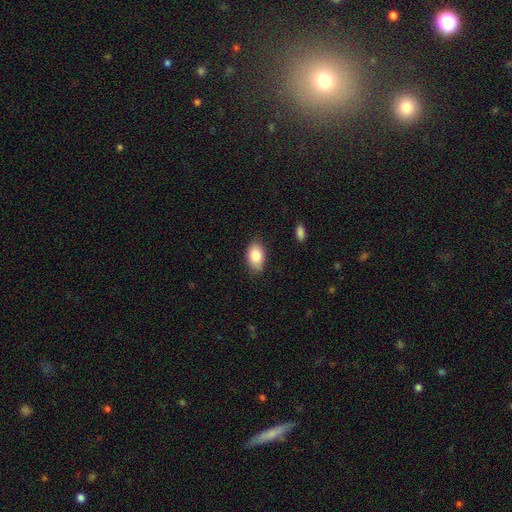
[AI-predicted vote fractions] Morphology: type=smooth (84%); roundness=in between (90%); merging=none (82%).